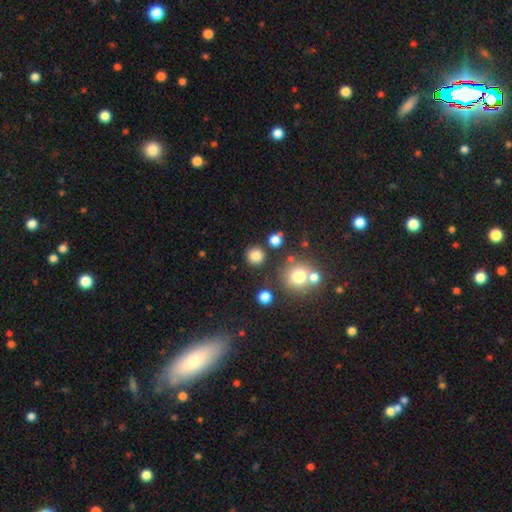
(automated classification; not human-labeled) Smooth or featured: smooth — 81% (star or artifact — 14%)
How rounded: round — 92% (in between — 7%)
Merging: none — 84% (minor disturbance — 8%)